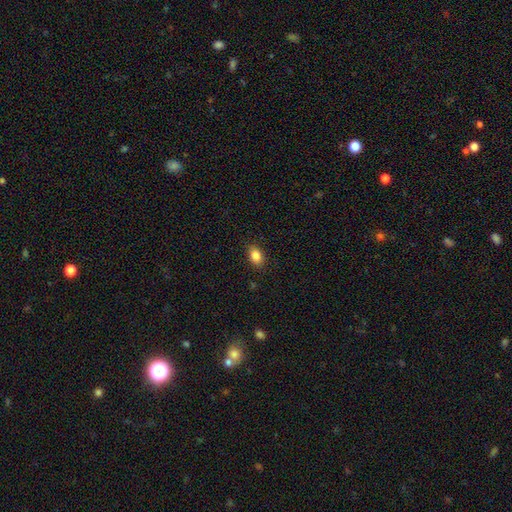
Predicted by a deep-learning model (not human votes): smooth 85%, star or artifact 9%, featured or disk 5%. Down the decision tree: how rounded — in between (82%); merging — none (88%).